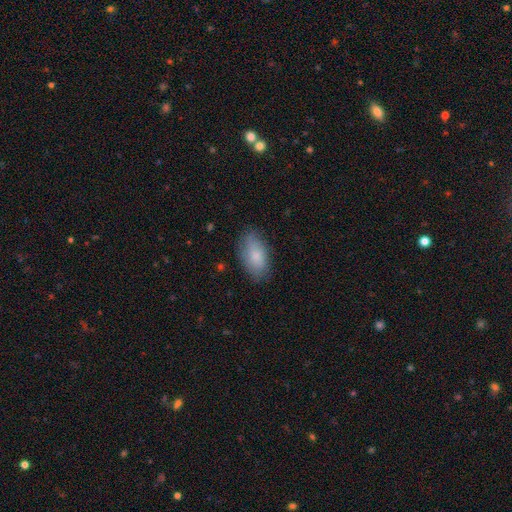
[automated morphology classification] Q: Smooth or featured?
A: smooth (82%); runner-up: featured or disk (12%)
Q: How rounded?
A: in between (93%); runner-up: round (4%)
Q: Merging?
A: none (80%); runner-up: minor disturbance (16%)